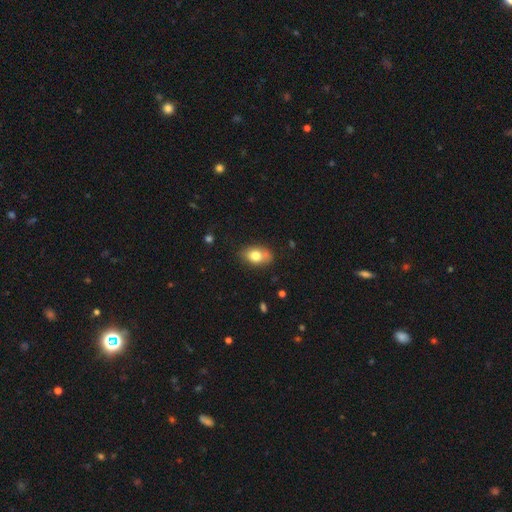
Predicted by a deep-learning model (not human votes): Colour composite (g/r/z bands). It shows a smooth galaxy with no disk features (77%) that is in between round and cigar-shaped (84%). Merging: none (69%).